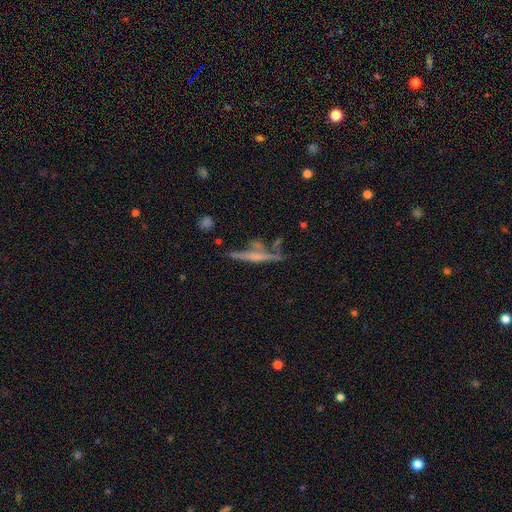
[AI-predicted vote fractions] The model was most divided on "edge-on bulge": rounded: 44%, none: 43%, boxy: 14%. More confident: edge-on disk — yes (94%); merging — none (65%); smooth or featured — featured or disk (63%).